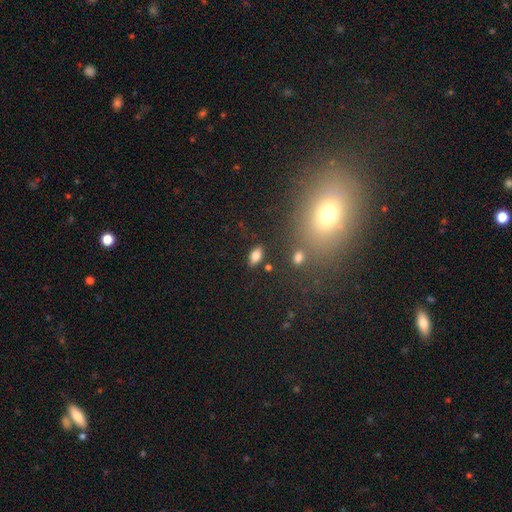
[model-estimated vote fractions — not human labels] smooth_or_featured: smooth (p=0.81) [alt: star or artifact p=0.10]
how_rounded: in between (p=0.90) [alt: round p=0.06]
merging: none (p=0.83) [alt: minor disturbance p=0.11]